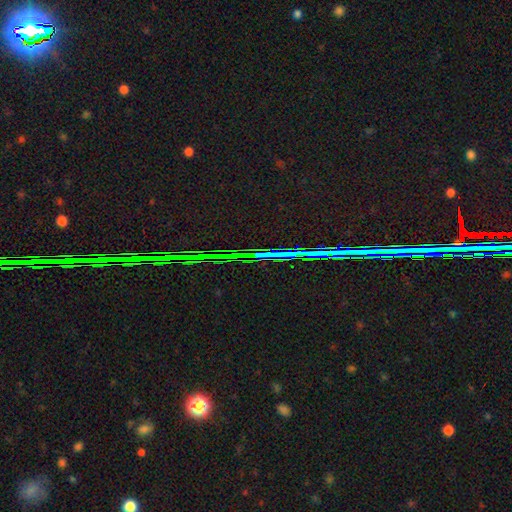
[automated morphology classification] Q: Smooth or featured?
A: star or artifact (83%); runner-up: featured or disk (9%)